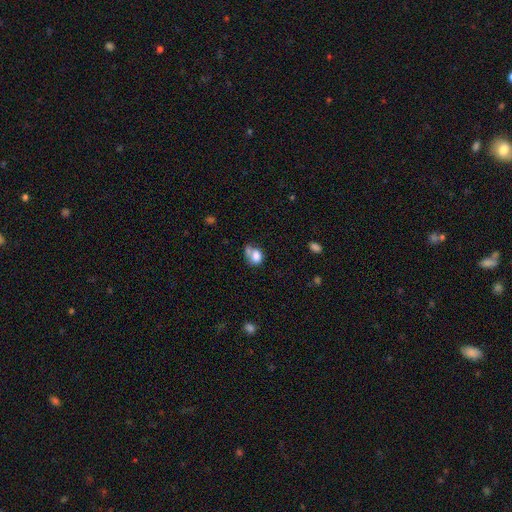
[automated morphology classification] This appears to be a smooth galaxy with no disk features (78%) that is in between round and cigar-shaped (58%). Merging: merger (38%).